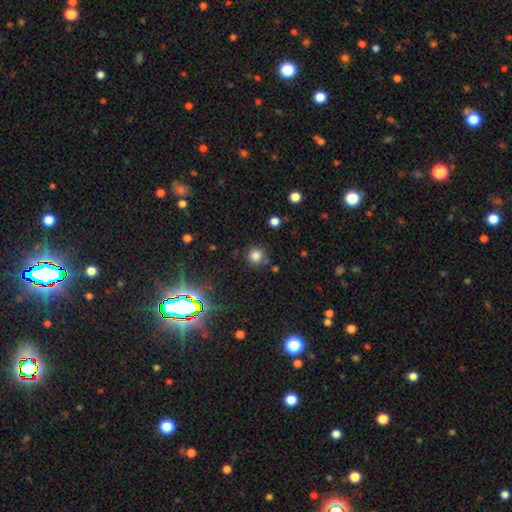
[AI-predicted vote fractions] Smooth or featured?
  - smooth: 79% *
  - star or artifact: 16%
  - featured or disk: 5%
How rounded?
  - round: 93% *
  - in between: 6%
  - cigar-shaped: 1%
Merging?
  - none: 80% *
  - minor disturbance: 10%
  - merger: 6%
  - major disturbance: 4%